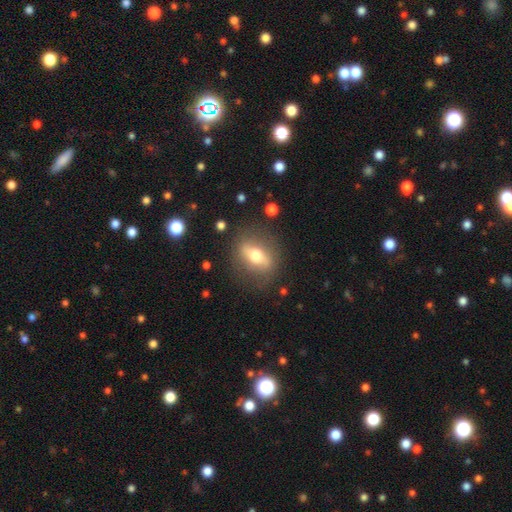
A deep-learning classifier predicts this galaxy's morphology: A featured or disk galaxy (48%).

Vote fractions:
- Smooth or featured? featured or disk: 48% / smooth: 44% / star or artifact: 8%
- Merging? none: 78% / minor disturbance: 13% / major disturbance: 7% / merger: 2%